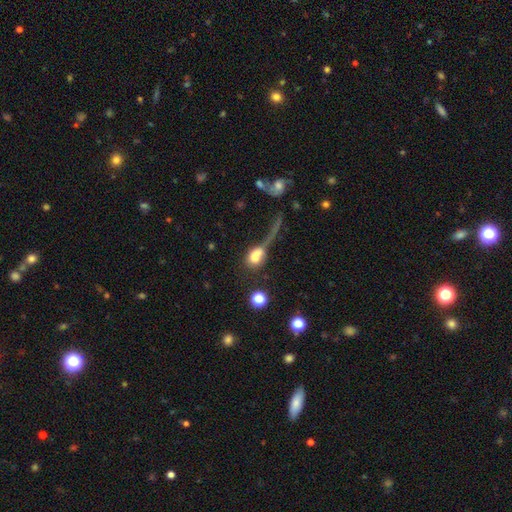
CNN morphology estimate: Overall: smooth (60%; featured or disk 26%). How rounded: in between (55%; round 39%). Merging: merger (47%; major disturbance 26%).